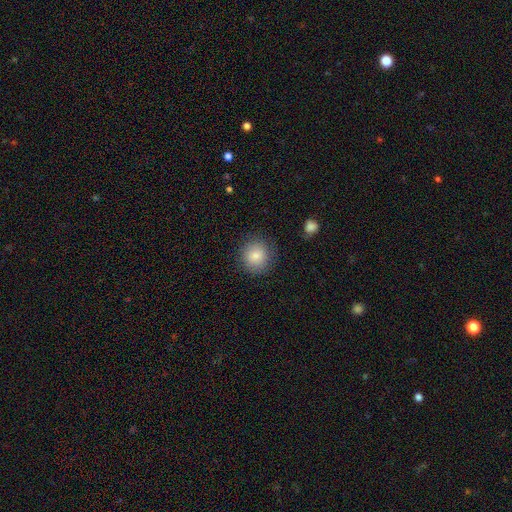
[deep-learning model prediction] Overall: smooth (84%). How rounded: round (89%). Merging: none (86%).